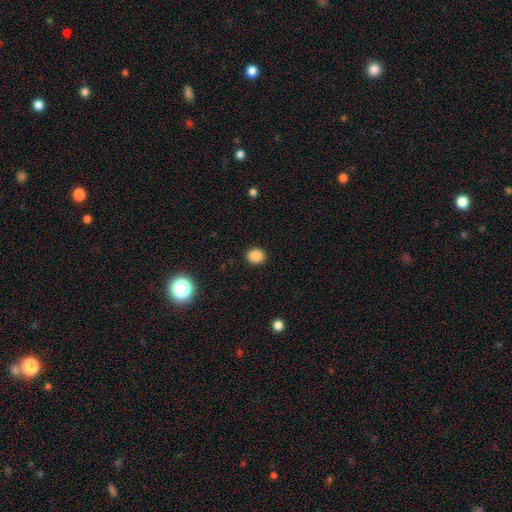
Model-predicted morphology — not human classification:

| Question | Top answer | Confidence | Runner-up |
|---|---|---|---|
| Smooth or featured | smooth | 86% | star or artifact (11%) |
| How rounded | round | 72% | in between (27%) |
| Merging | none | 90% | minor disturbance (6%) |